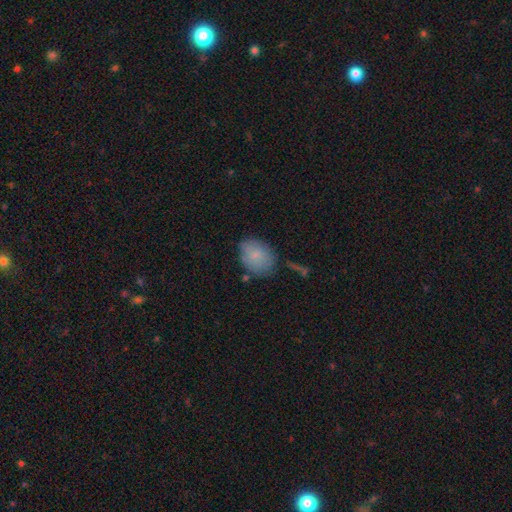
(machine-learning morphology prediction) The model was most divided on "how rounded": in between: 59%, round: 40%, cigar-shaped: 1%. More confident: smooth or featured — smooth (80%); merging — none (66%).